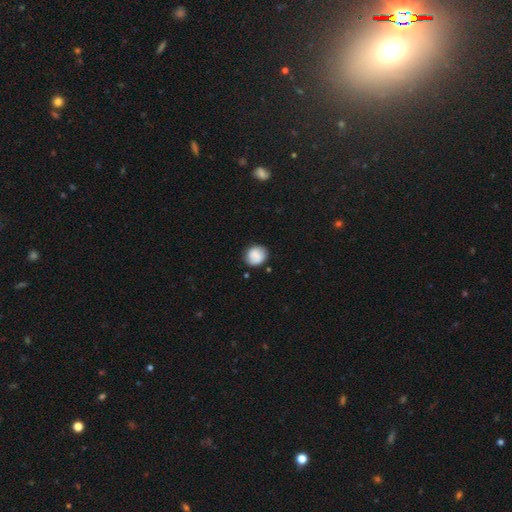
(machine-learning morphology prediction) A smooth galaxy with no disk features (81%) that is round (79%).

Vote fractions:
- Smooth or featured? smooth: 81% / featured or disk: 12% / star or artifact: 8%
- How rounded? round: 79% / in between: 21% / cigar-shaped: 1%
- Merging? none: 79% / minor disturbance: 15% / major disturbance: 4% / merger: 2%